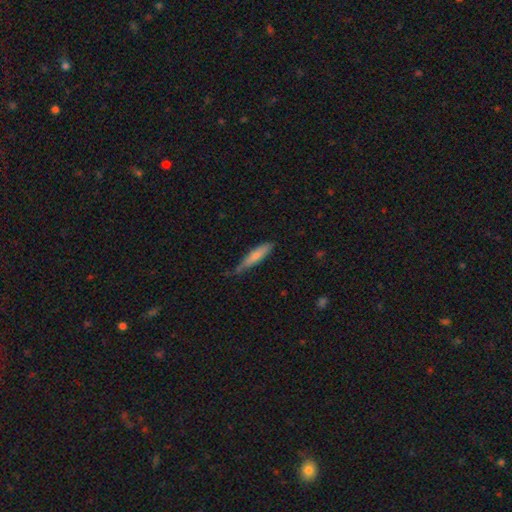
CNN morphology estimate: This is likely a smooth galaxy (72%). How rounded: clearly cigar-shaped (82%). Merging: likely none (61%).